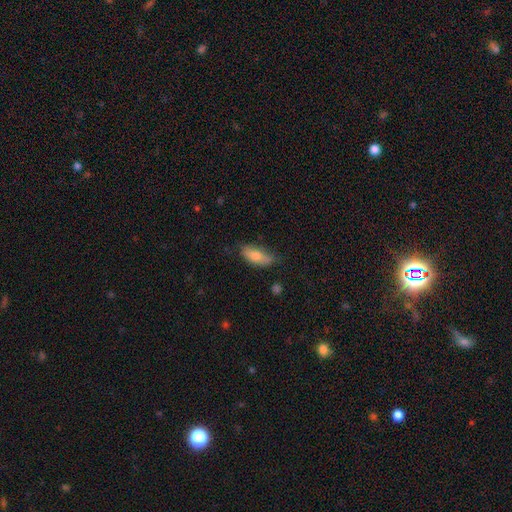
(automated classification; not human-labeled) A smooth galaxy with no disk features (76%) that is in between round and cigar-shaped (79%). Merging: none (61%).